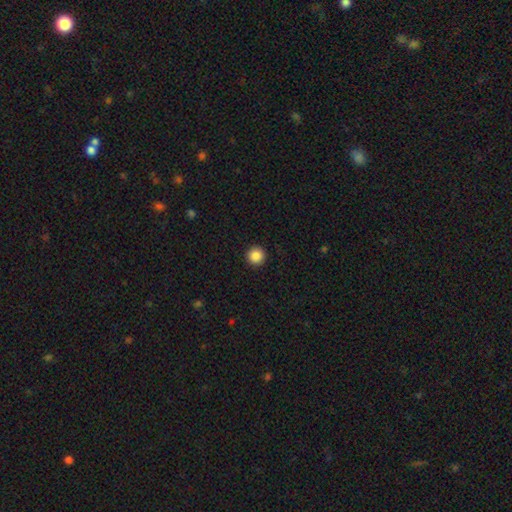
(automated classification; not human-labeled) The model was most divided on "smooth or featured": smooth: 87%, star or artifact: 10%, featured or disk: 3%. More confident: how rounded — round (96%); merging — none (93%).